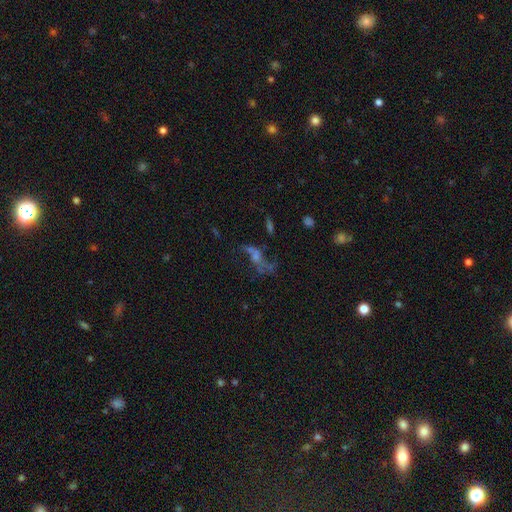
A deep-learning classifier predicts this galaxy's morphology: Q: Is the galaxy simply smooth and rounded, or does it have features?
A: featured or disk — 52%.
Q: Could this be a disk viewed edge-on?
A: no — 87%.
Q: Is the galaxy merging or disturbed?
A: none — 41%.